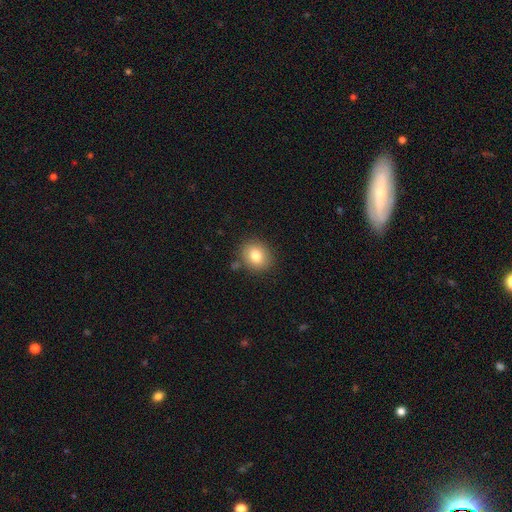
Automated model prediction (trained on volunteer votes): Smooth or featured: smooth — 81% (featured or disk — 10%)
How rounded: round — 66% (in between — 33%)
Merging: none — 84% (minor disturbance — 10%)